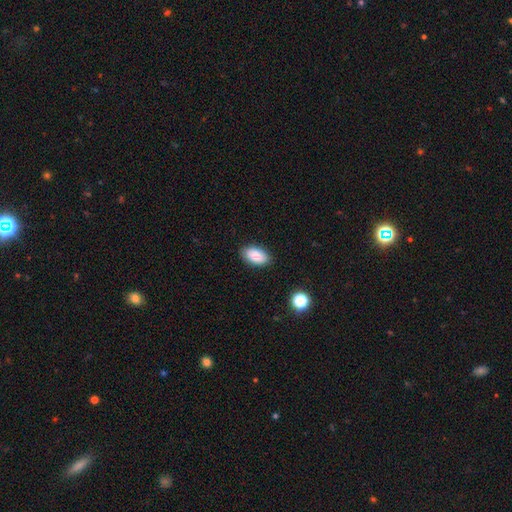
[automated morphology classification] Smooth or featured?
  - smooth: 89% *
  - star or artifact: 7%
  - featured or disk: 4%
How rounded?
  - in between: 94% *
  - round: 4%
  - cigar-shaped: 2%
Merging?
  - none: 88% *
  - minor disturbance: 9%
  - major disturbance: 2%
  - merger: 1%